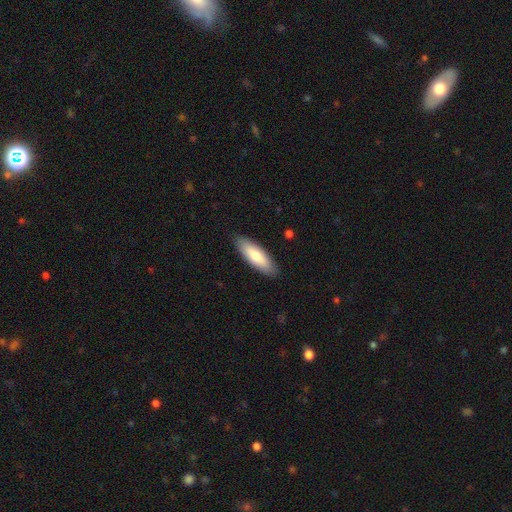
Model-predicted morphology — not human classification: type=smooth (77%); roundness=in between (60%); merging=none (88%).